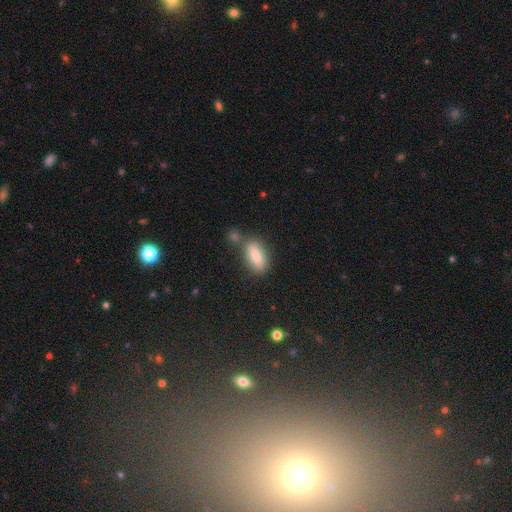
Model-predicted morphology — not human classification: Smooth or featured?
  - smooth: 84% *
  - featured or disk: 9%
  - star or artifact: 7%
How rounded?
  - in between: 81% *
  - cigar-shaped: 16%
  - round: 3%
Merging?
  - none: 66% *
  - merger: 16%
  - minor disturbance: 14%
  - major disturbance: 4%